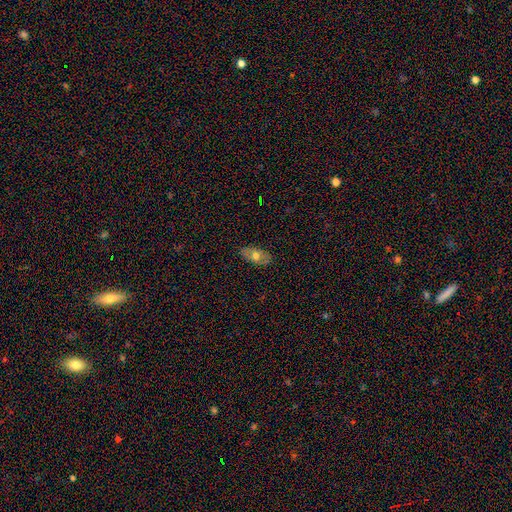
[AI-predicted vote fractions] The model was most divided on "smooth or featured": smooth: 64%, featured or disk: 29%, star or artifact: 7%. More confident: how rounded — in between (90%); merging — none (84%).